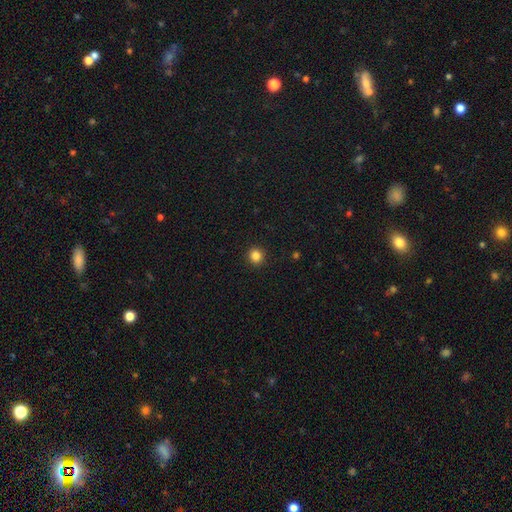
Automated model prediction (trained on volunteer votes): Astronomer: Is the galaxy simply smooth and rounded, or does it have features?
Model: smooth — 85%.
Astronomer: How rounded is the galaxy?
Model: round — 90%.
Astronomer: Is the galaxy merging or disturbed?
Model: none — 93%.